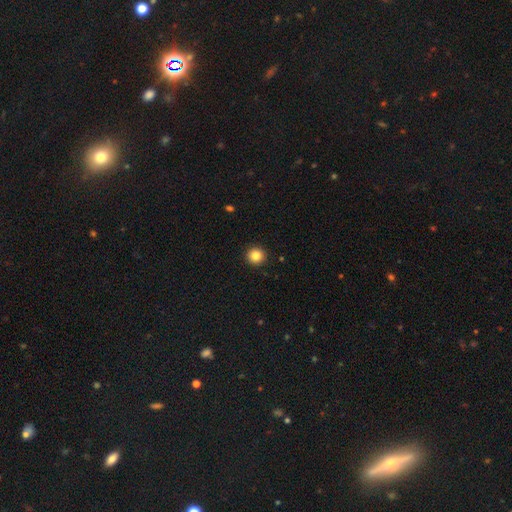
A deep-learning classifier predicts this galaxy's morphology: This appears to be a smooth galaxy with no disk features (84%) that is round (94%). Merging: none (93%).